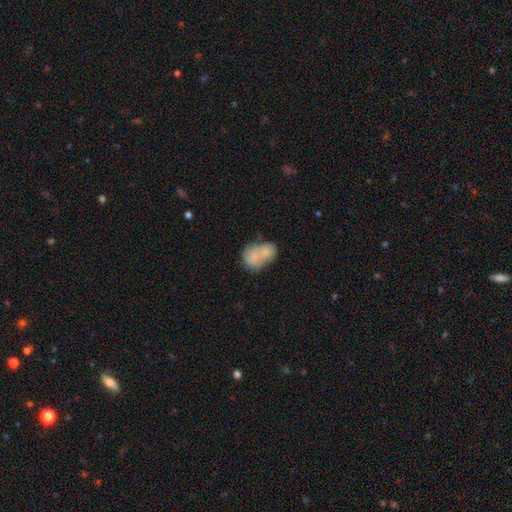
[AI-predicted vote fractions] This appears to be a smooth galaxy with no disk features (67%) that is in between round and cigar-shaped (69%). Merging: merger (55%).